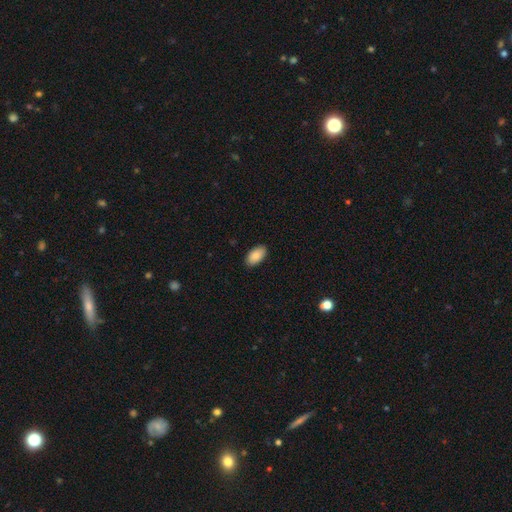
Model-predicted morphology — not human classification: A smooth galaxy with no disk features (89%) that is in between round and cigar-shaped (95%).

Vote fractions:
- Smooth or featured? smooth: 89% / star or artifact: 6% / featured or disk: 5%
- How rounded? in between: 95% / round: 3% / cigar-shaped: 2%
- Merging? none: 89% / minor disturbance: 8% / major disturbance: 2% / merger: 1%